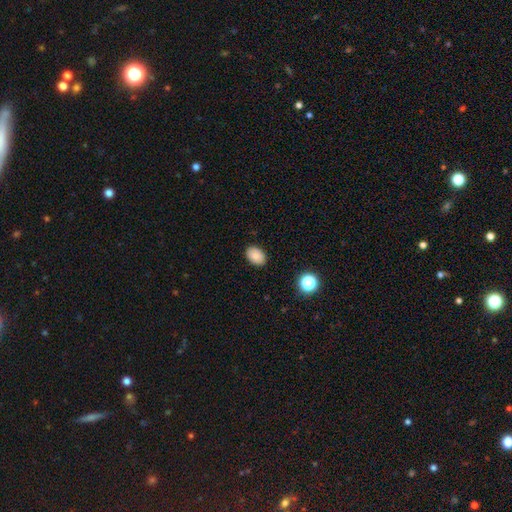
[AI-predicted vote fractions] Overall: smooth (85%). How rounded: in between (82%). Merging: none (89%).